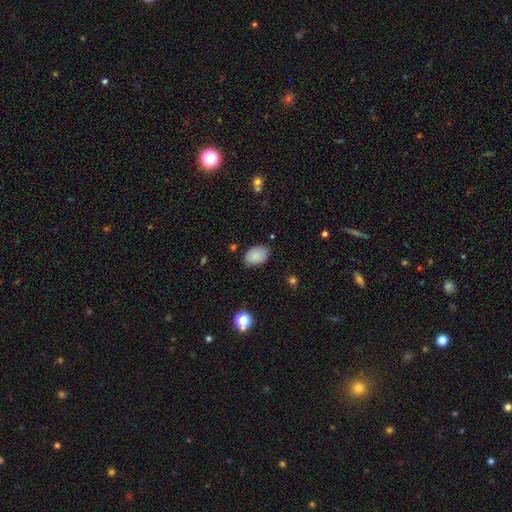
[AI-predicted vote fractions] Smooth or featured? Predicted: smooth (p=0.86). How rounded? Predicted: in between (p=0.86). Merging? Predicted: none (p=0.80).